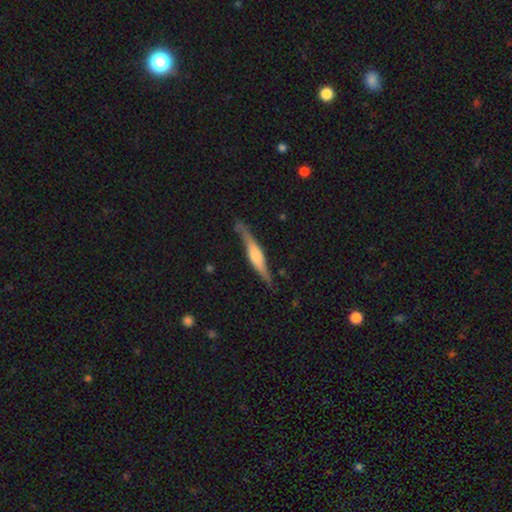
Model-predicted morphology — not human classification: Smooth or featured? Predicted: featured or disk (p=0.70). Edge-on disk? Predicted: yes (p=0.94). Edge-on bulge? Predicted: rounded (p=0.78). Merging? Predicted: none (p=0.77).